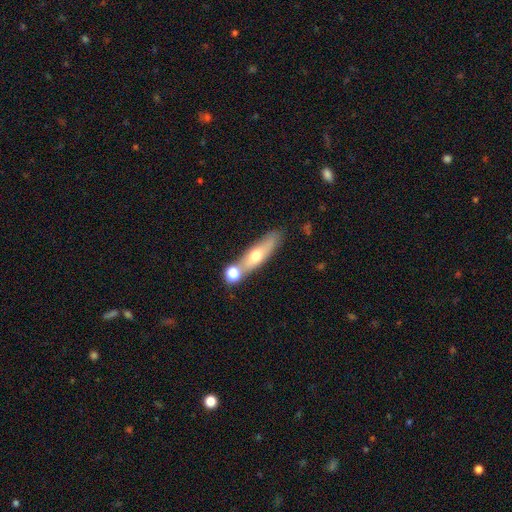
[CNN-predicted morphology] smooth-or-featured: smooth: 54% | featured or disk: 39% | star or artifact: 7%
  how-rounded: cigar-shaped: 65% | in between: 30% | round: 5%
  merging: none: 62% | merger: 21% | minor disturbance: 13% | major disturbance: 4%